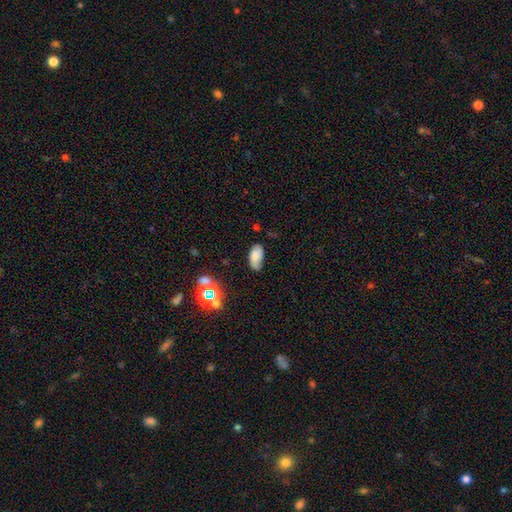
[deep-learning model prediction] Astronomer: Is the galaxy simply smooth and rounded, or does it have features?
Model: smooth — 69%.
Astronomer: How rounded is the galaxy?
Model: in between — 93%.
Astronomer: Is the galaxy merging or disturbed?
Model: none — 50% (runner-up: minor disturbance, 35%).